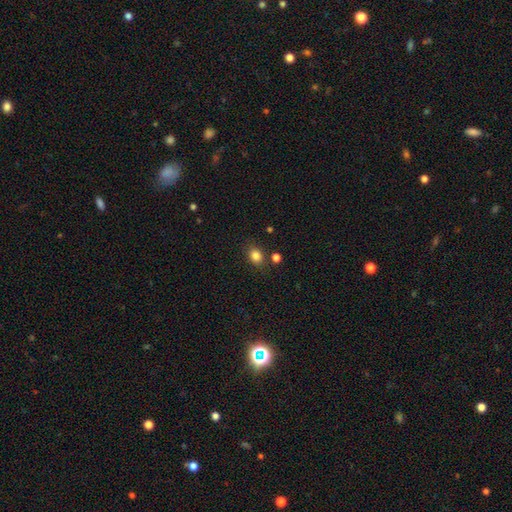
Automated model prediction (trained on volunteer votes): The model was most divided on "how rounded": in between: 55%, round: 44%, cigar-shaped: 1%. More confident: smooth or featured — smooth (84%); merging — none (80%).